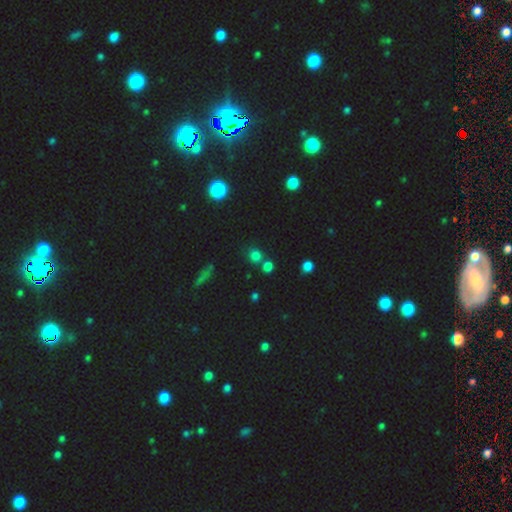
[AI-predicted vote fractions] Morphology: type=smooth (71%); roundness=round (84%); merging=none (68%).